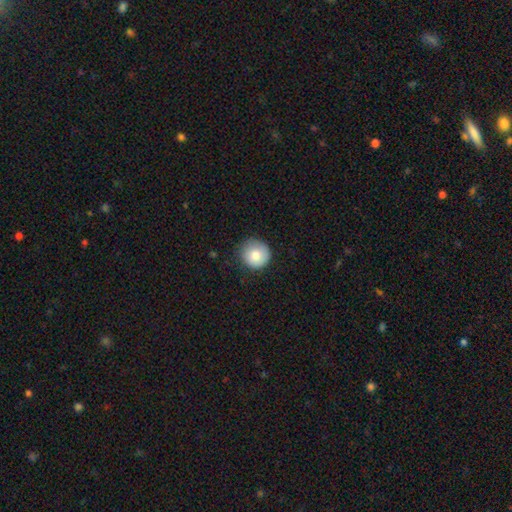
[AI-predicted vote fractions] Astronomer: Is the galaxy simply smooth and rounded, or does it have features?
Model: smooth — 82%.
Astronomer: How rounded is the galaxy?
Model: round — 94%.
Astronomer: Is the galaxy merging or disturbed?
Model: none — 80%.